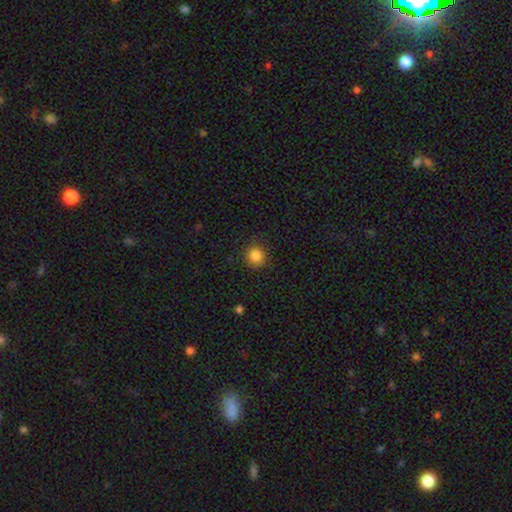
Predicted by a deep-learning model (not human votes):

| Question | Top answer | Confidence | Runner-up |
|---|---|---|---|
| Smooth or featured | smooth | 85% | star or artifact (11%) |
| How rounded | round | 92% | in between (7%) |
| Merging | none | 88% | minor disturbance (9%) |